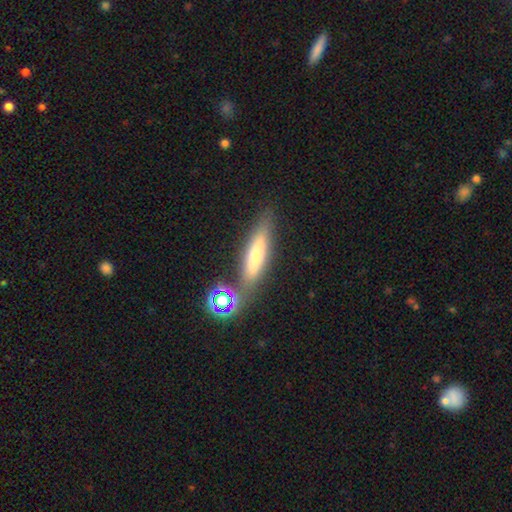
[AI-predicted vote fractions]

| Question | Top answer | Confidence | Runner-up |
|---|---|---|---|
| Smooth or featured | smooth | 46% | featured or disk (41%) |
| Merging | none | 74% | minor disturbance (13%) |